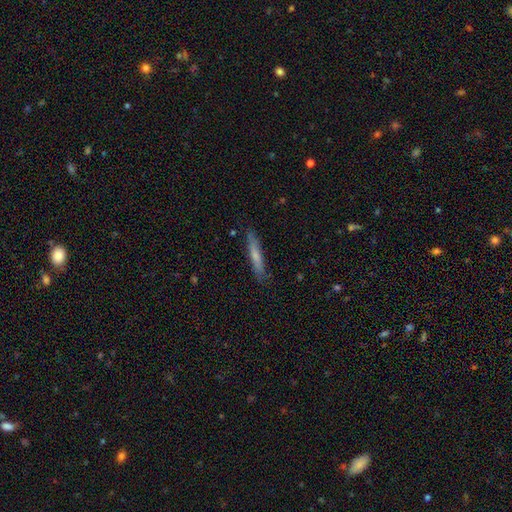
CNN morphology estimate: This is likely a smooth galaxy (63%). How rounded: clearly cigar-shaped (93%). Merging: clearly none (85%).